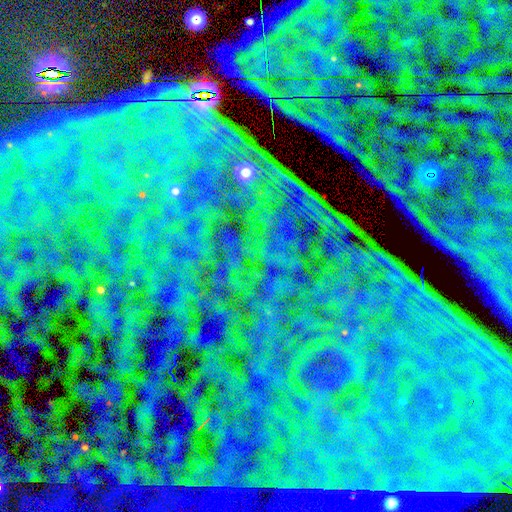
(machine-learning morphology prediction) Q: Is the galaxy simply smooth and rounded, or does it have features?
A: star or artifact — 87%.